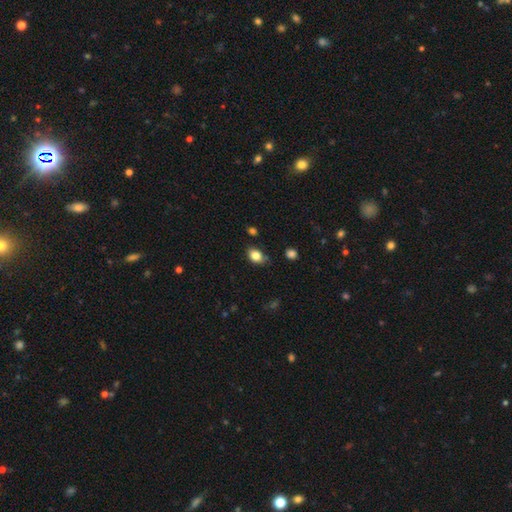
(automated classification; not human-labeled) The model was most divided on "how rounded": in between: 75%, round: 24%, cigar-shaped: 2%. More confident: smooth or featured — smooth (82%); merging — none (73%).